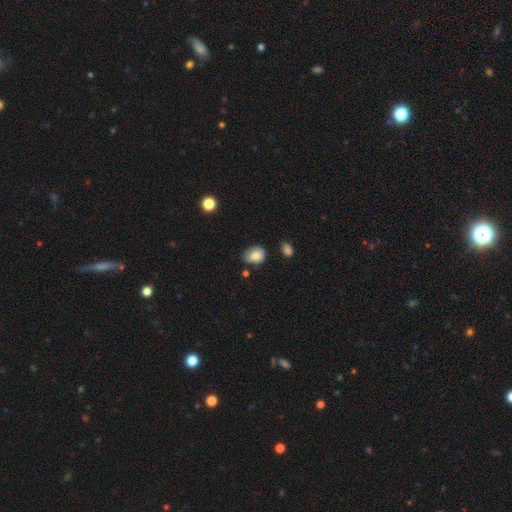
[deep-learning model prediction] This appears to be a smooth galaxy with no disk features (79%) that is in between round and cigar-shaped (59%). Merging: none (60%).